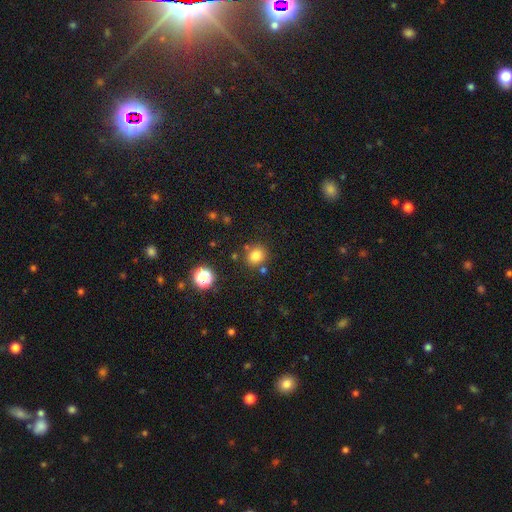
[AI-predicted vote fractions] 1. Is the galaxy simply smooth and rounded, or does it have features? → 80% smooth, 14% star or artifact, 7% featured or disk.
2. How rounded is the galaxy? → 77% round, 22% in between, 1% cigar-shaped.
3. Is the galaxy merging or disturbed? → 79% none, 10% minor disturbance, 7% merger, 3% major disturbance.